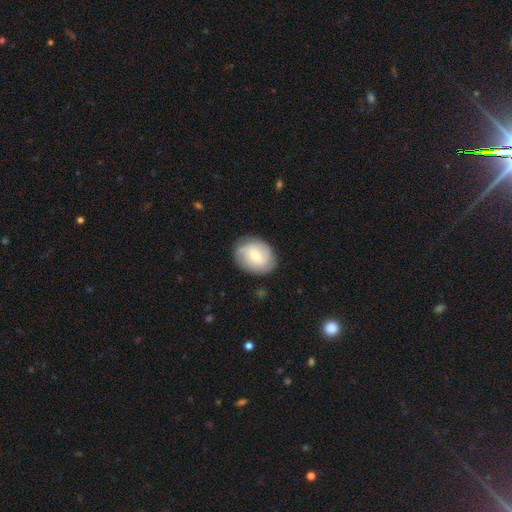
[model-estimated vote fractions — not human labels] Morphology: type=smooth (57%); roundness=in between (50%); merging=none (76%).